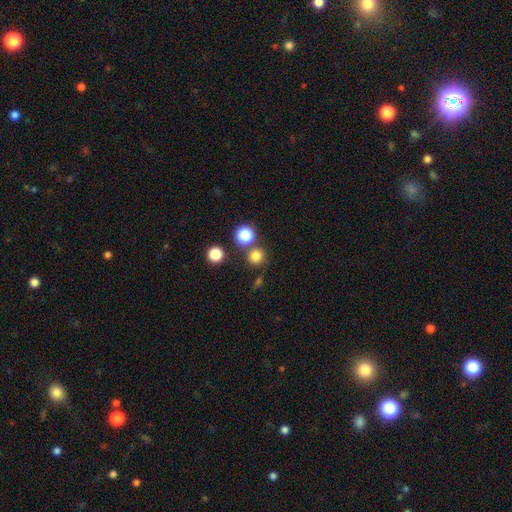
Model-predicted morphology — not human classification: This is likely a smooth galaxy (77%). How rounded: clearly round (93%). Merging: likely none (78%).